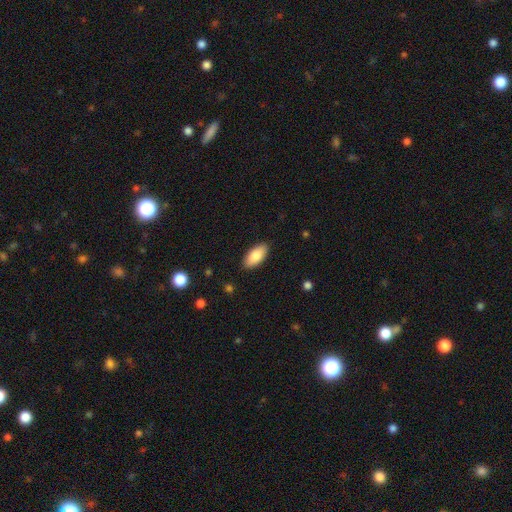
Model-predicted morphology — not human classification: Smooth or featured? smooth (85%)
How rounded? in between (90%)
Merging? none (88%)